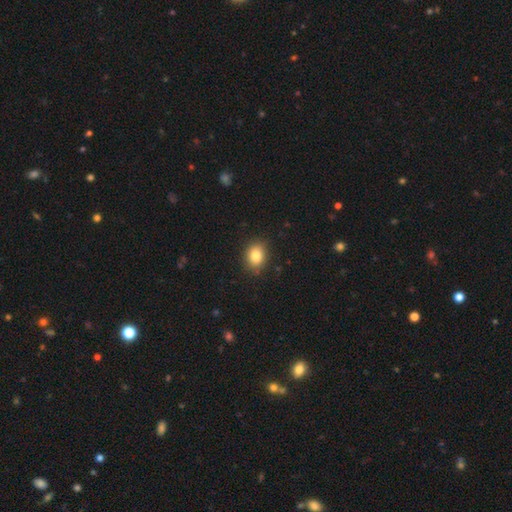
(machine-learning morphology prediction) Smooth or featured?
  - smooth: 84% *
  - star or artifact: 9%
  - featured or disk: 7%
How rounded?
  - in between: 55% *
  - round: 44%
  - cigar-shaped: 1%
Merging?
  - none: 84% *
  - minor disturbance: 12%
  - major disturbance: 3%
  - merger: 1%